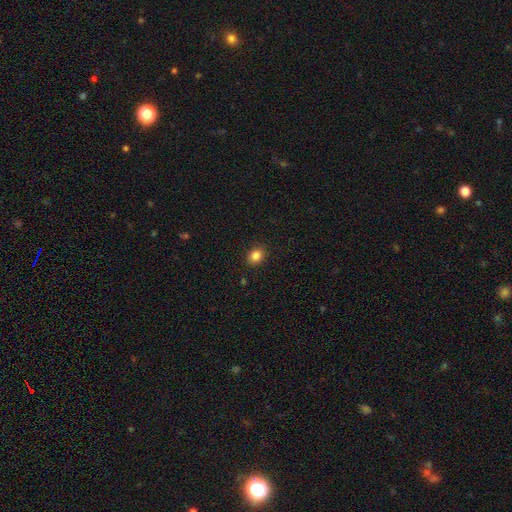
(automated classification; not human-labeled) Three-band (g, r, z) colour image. It shows a smooth galaxy with no disk features (84%) that is round (66%). Merging: none (90%).